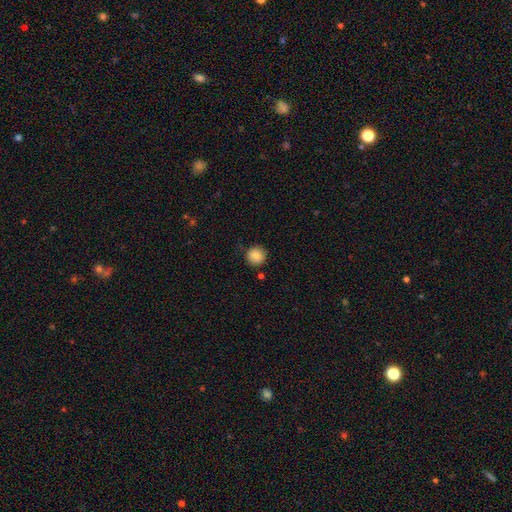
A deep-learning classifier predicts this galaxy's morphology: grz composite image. It shows a smooth galaxy with no disk features (86%) that is round (94%). Merging: none (87%).